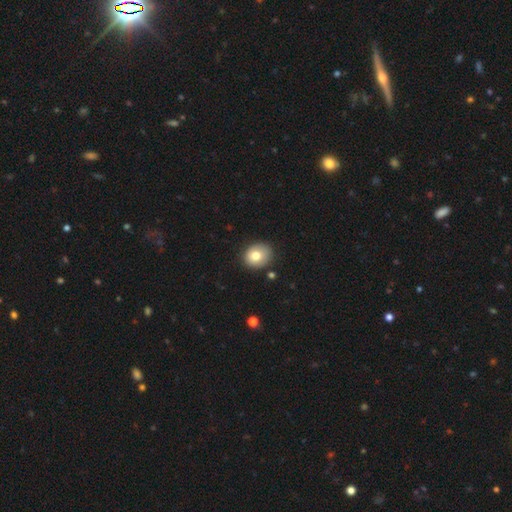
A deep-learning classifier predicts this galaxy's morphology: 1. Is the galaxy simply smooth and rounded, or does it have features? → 78% smooth, 13% featured or disk, 10% star or artifact.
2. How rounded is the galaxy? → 64% round, 35% in between, 1% cigar-shaped.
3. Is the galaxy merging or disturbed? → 82% none, 13% minor disturbance, 3% major disturbance, 2% merger.